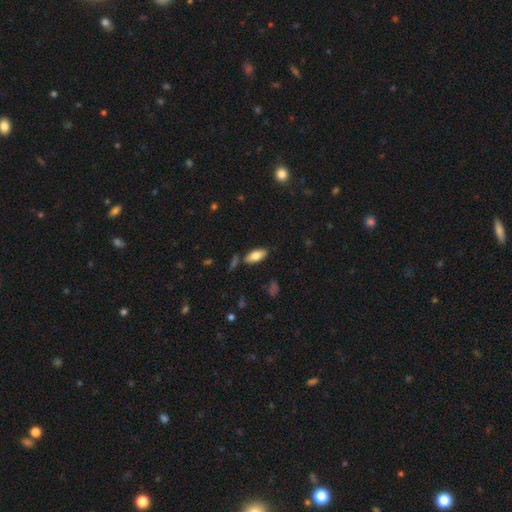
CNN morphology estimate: smooth_or_featured: smooth (p=0.79) [alt: featured or disk p=0.15]
how_rounded: in between (p=0.88) [alt: cigar-shaped p=0.10]
merging: none (p=0.80) [alt: minor disturbance p=0.12]